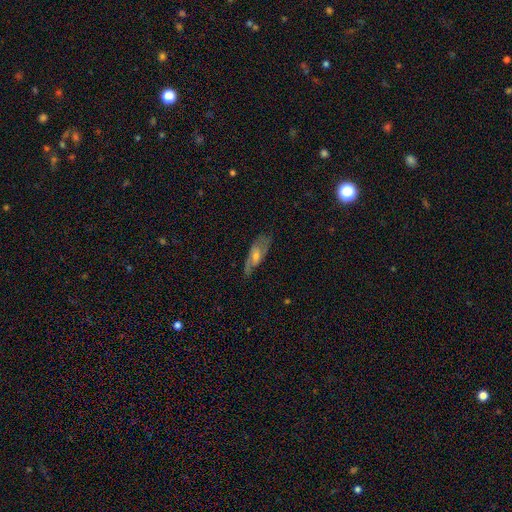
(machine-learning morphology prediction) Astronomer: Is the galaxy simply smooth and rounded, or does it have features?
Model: featured or disk — 60%.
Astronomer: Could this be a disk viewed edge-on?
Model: no — 77%.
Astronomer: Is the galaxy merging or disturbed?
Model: none — 64%.